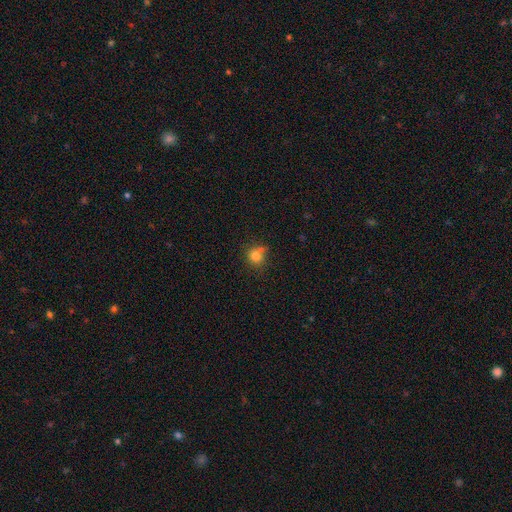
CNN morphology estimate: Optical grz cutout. It shows a smooth galaxy with no disk features (79%) that is round (82%). Merging: none (56%).